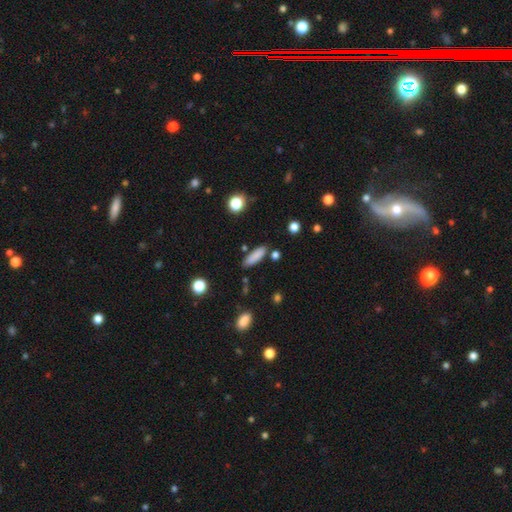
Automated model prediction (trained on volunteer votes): Smooth or featured?
  - smooth: 85% *
  - star or artifact: 8%
  - featured or disk: 8%
How rounded?
  - in between: 50% *
  - cigar-shaped: 48%
  - round: 2%
Merging?
  - none: 81% *
  - minor disturbance: 11%
  - merger: 5%
  - major disturbance: 3%